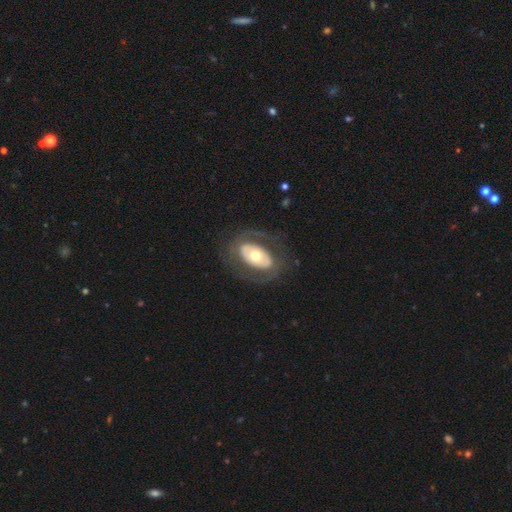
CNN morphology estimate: Smooth or featured? featured or disk (61%)
Edge-on disk? no (92%)
Bar? no (75%)
Spiral arms? no (73%)
Bulge size? moderate (69%)
Merging? none (76%)